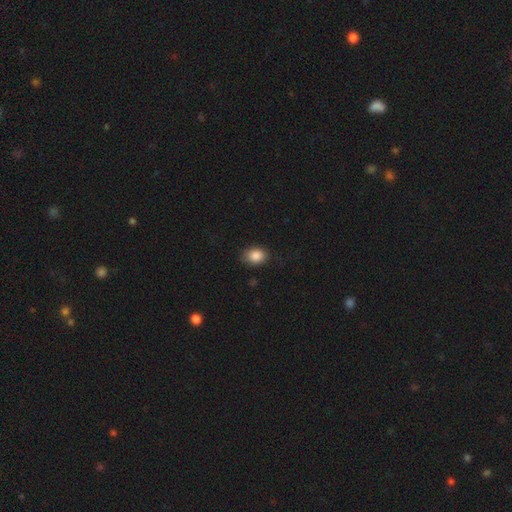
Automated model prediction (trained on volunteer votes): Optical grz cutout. It shows a smooth galaxy with no disk features (87%) that is in between round and cigar-shaped (64%). Merging: none (78%).